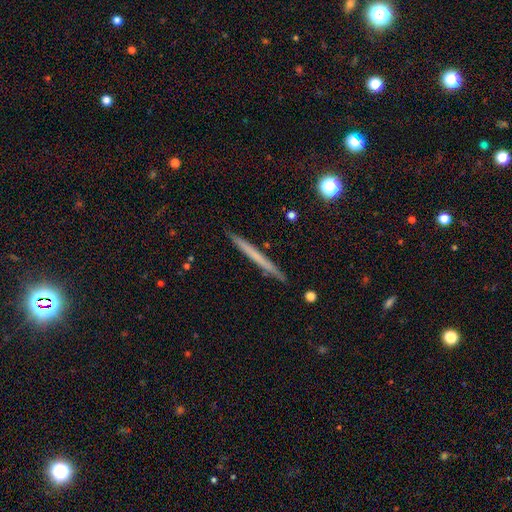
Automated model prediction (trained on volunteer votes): This is possibly a smooth galaxy (50%). How rounded: clearly cigar-shaped (97%). Merging: clearly none (91%).